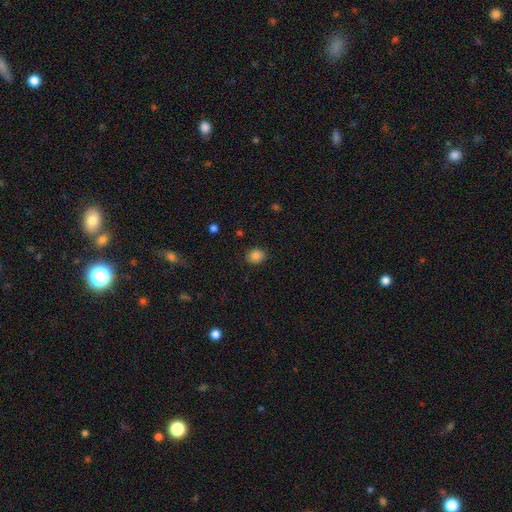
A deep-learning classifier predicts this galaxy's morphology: A smooth galaxy with no disk features (85%) that is round (56%). Merging: none (87%).